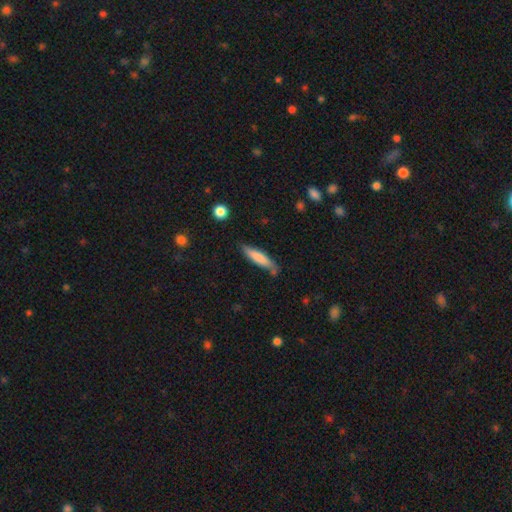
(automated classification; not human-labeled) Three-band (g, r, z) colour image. It shows a smooth galaxy with no disk features (64%) that is cigar-shaped (82%). Merging: none (78%).